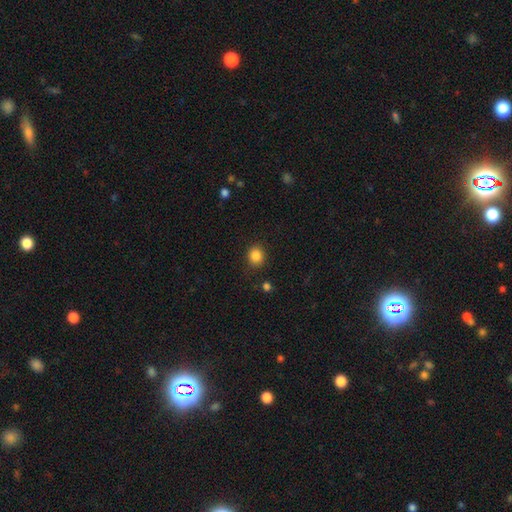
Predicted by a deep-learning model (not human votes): smooth_or_featured: smooth (p=0.86) [alt: star or artifact p=0.10]
how_rounded: round (p=0.77) [alt: in between p=0.22]
merging: none (p=0.87) [alt: minor disturbance p=0.08]